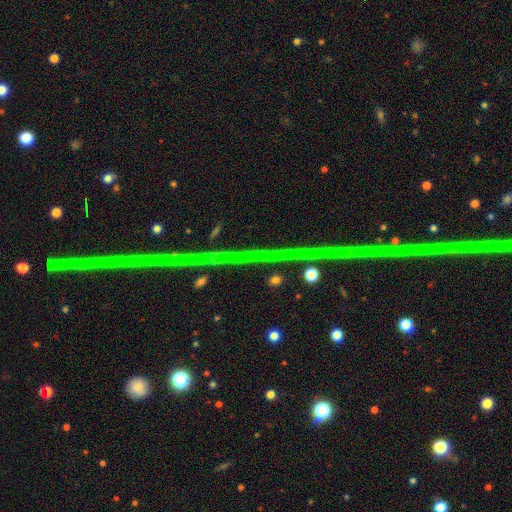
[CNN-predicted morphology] Smooth or featured: star or artifact — 83% (featured or disk — 12%)